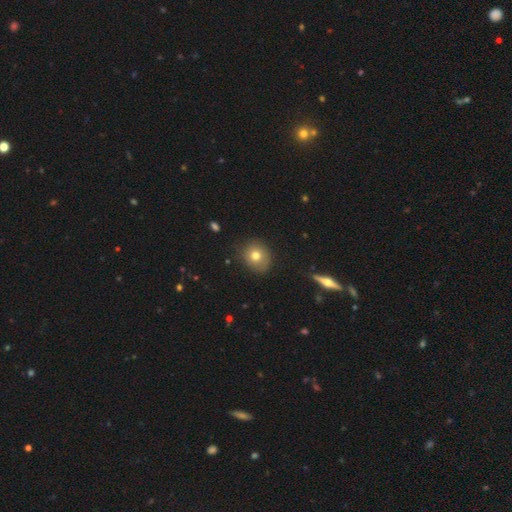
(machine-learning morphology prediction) This is likely a smooth galaxy (75%). How rounded: likely round (78%). Merging: likely none (80%).